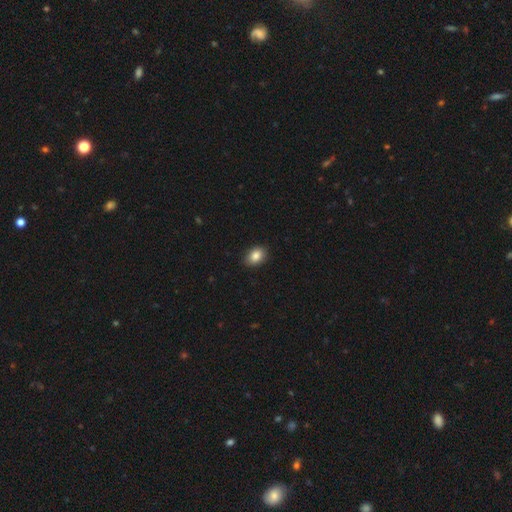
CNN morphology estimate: This appears to be a smooth galaxy with no disk features (86%) that is in between round and cigar-shaped (79%). Merging: none (89%).